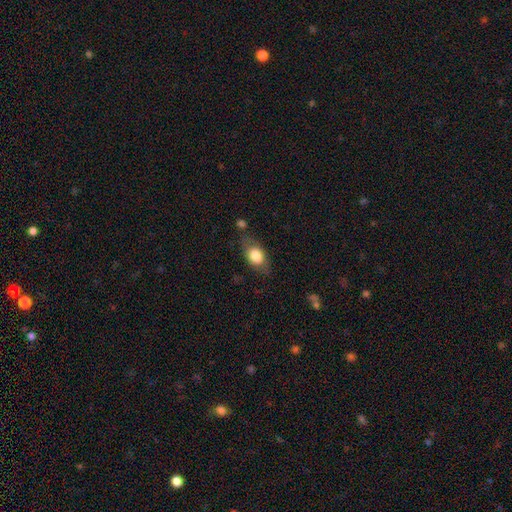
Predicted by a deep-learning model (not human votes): Q: Smooth or featured?
A: smooth (76%); runner-up: featured or disk (17%)
Q: How rounded?
A: in between (81%); runner-up: round (15%)
Q: Merging?
A: none (67%); runner-up: minor disturbance (21%)